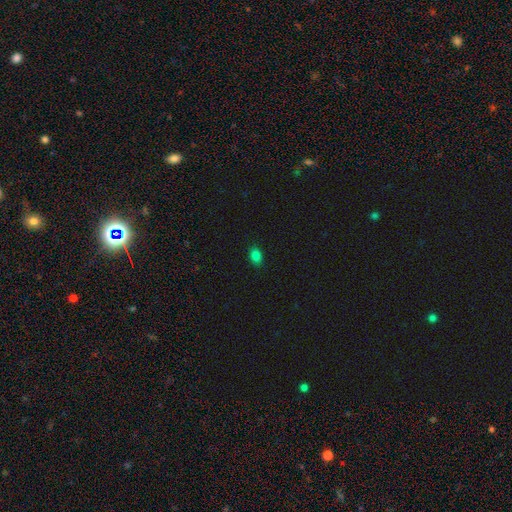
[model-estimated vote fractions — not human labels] smooth 83%, star or artifact 13%, featured or disk 4%. Down the decision tree: how rounded — in between (82%); merging — none (88%).